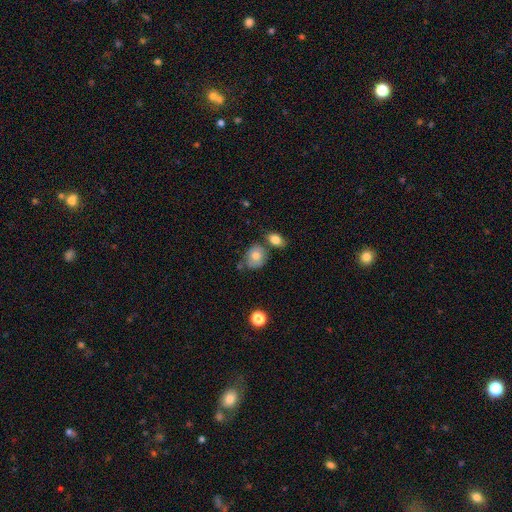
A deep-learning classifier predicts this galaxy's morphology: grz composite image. It shows a smooth galaxy with no disk features (74%) that is round (61%). Merging: none (55%).